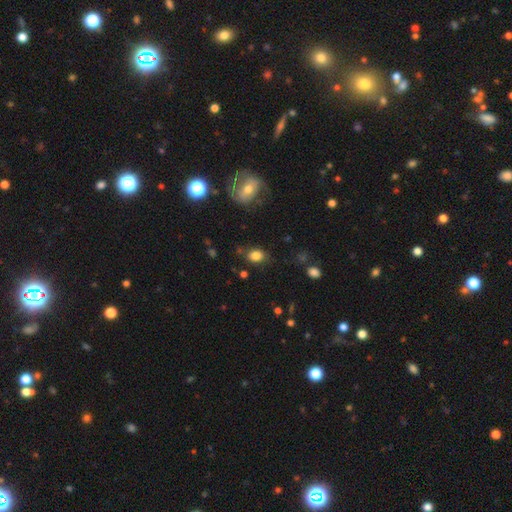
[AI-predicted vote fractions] Q: Smooth or featured?
A: smooth (82%); runner-up: star or artifact (10%)
Q: How rounded?
A: in between (67%); runner-up: round (32%)
Q: Merging?
A: none (74%); runner-up: minor disturbance (17%)